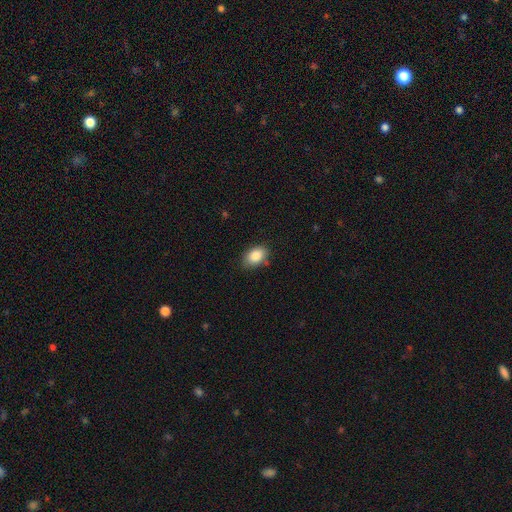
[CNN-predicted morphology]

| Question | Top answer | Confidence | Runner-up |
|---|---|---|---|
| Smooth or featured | smooth | 86% | star or artifact (8%) |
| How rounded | in between | 86% | round (13%) |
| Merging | none | 79% | minor disturbance (16%) |